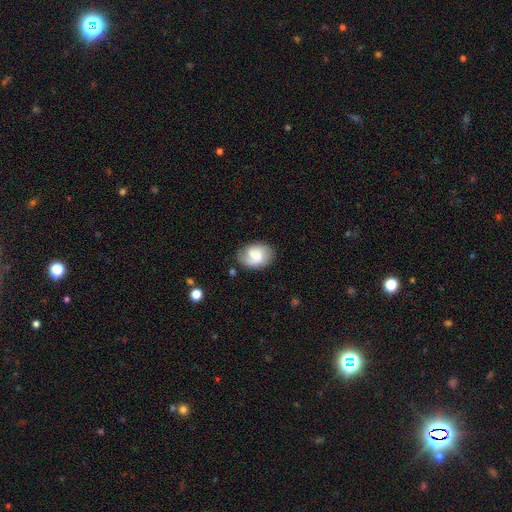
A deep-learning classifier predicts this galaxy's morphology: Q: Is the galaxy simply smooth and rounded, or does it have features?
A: smooth — 55%.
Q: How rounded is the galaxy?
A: in between — 71%.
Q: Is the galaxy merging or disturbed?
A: none — 66%.